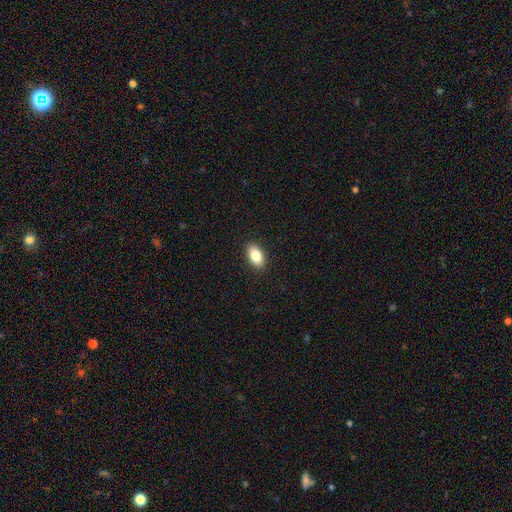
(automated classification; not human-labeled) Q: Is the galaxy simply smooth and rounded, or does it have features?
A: smooth — 84%.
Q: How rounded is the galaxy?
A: in between — 91%.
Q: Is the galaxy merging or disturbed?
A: none — 90%.